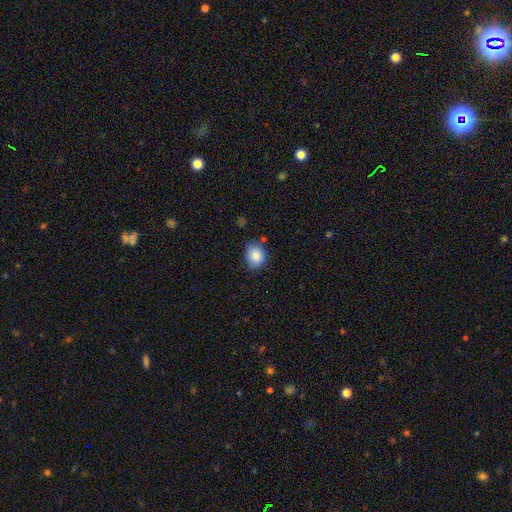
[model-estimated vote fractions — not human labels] A smooth galaxy with no disk features (86%) that is round (66%).

Vote fractions:
- Smooth or featured? smooth: 86% / star or artifact: 9% / featured or disk: 5%
- How rounded? round: 66% / in between: 33% / cigar-shaped: 1%
- Merging? none: 75% / minor disturbance: 19% / major disturbance: 3% / merger: 3%